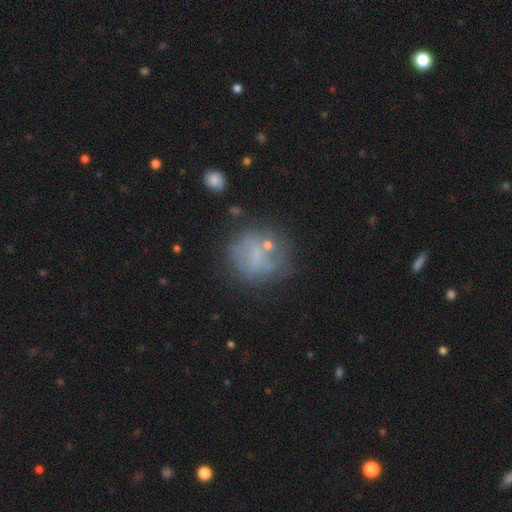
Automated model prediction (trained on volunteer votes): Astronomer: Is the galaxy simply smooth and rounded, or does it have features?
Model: smooth — 46% (runner-up: featured or disk, 41%).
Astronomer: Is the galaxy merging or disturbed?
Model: none — 61%.